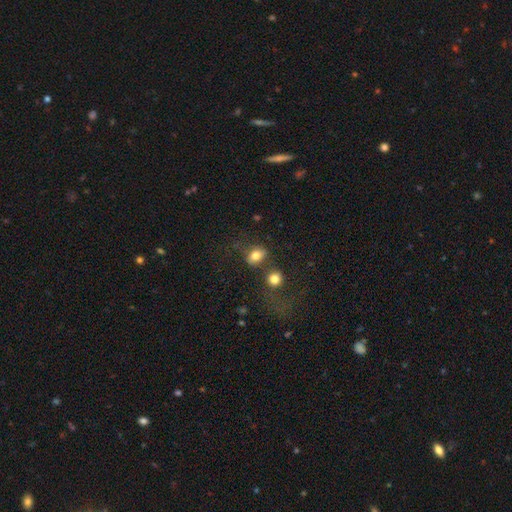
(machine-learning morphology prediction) The model was most divided on "how rounded": in between: 66%, round: 32%, cigar-shaped: 2%. More confident: smooth or featured — smooth (78%); merging — none (56%).